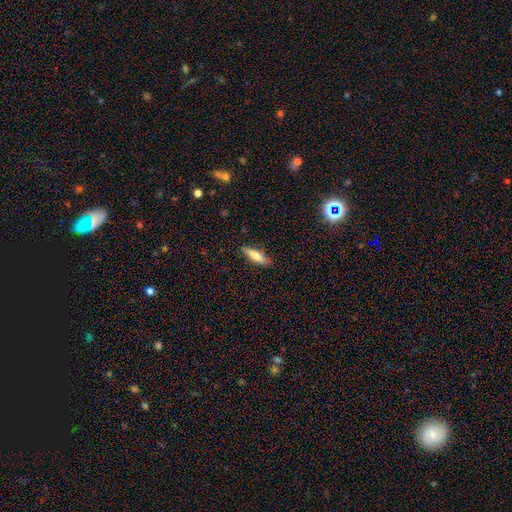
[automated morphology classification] Smooth or featured? Predicted: smooth (p=0.74). How rounded? Predicted: cigar-shaped (p=0.56). Merging? Predicted: none (p=0.81).